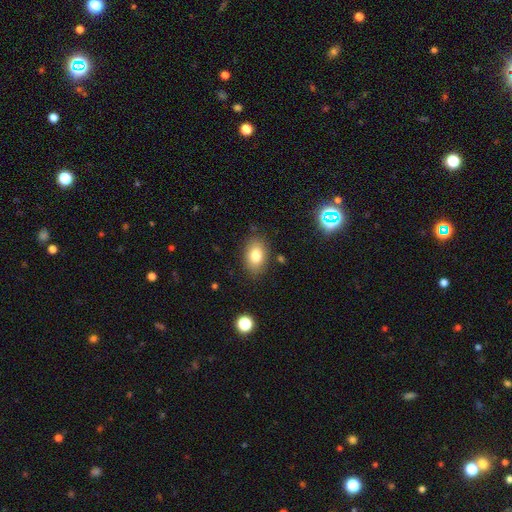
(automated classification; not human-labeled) Q: Smooth or featured?
A: smooth (81%); runner-up: featured or disk (10%)
Q: How rounded?
A: in between (85%); runner-up: round (14%)
Q: Merging?
A: none (83%); runner-up: minor disturbance (12%)